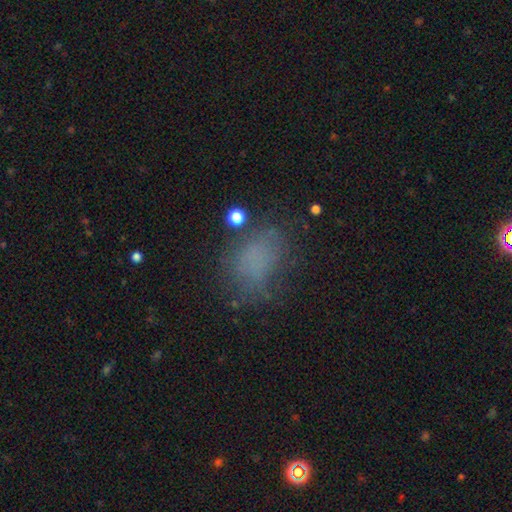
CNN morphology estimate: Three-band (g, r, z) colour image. It shows a smooth galaxy with no disk features (68%) that is in between round and cigar-shaped (65%). Merging: none (64%).